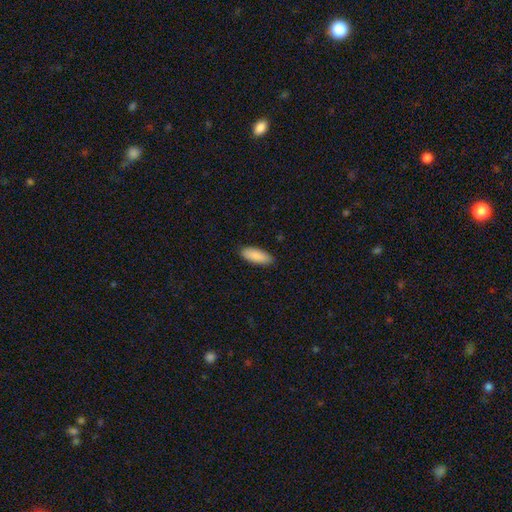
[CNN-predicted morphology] smooth 89%, star or artifact 6%, featured or disk 5%. Down the decision tree: how rounded — in between (77%); merging — none (89%).